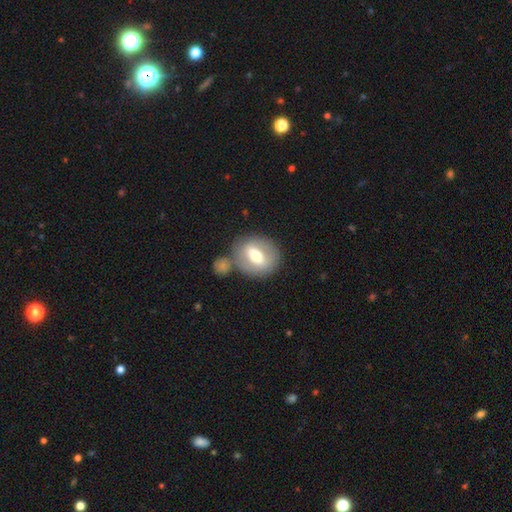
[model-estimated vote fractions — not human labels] Smooth or featured: smooth — 49% (featured or disk — 45%)
Merging: none — 62% (merger — 21%)